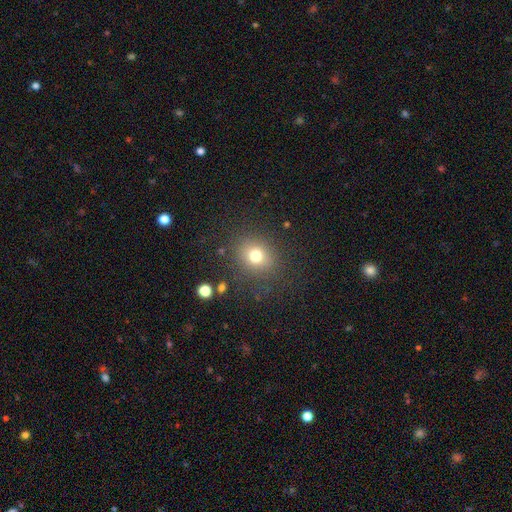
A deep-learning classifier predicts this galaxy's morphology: type=smooth (75%); roundness=round (71%); merging=none (83%).